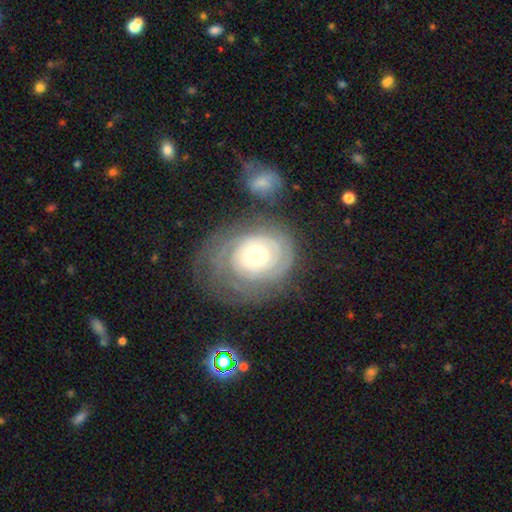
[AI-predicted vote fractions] Q: Smooth or featured?
A: featured or disk (79%); runner-up: smooth (15%)
Q: Edge-on disk?
A: no (97%); runner-up: yes (3%)
Q: Bar?
A: no (82%); runner-up: weak (14%)
Q: Spiral arms?
A: yes (88%); runner-up: no (12%)
Q: Spiral winding?
A: tight (82%); runner-up: medium (13%)
Q: Spiral arm count?
A: can't tell (45%); runner-up: 2 (22%)
Q: Bulge size?
A: moderate (64%); runner-up: small (21%)
Q: Merging?
A: none (58%); runner-up: minor disturbance (19%)